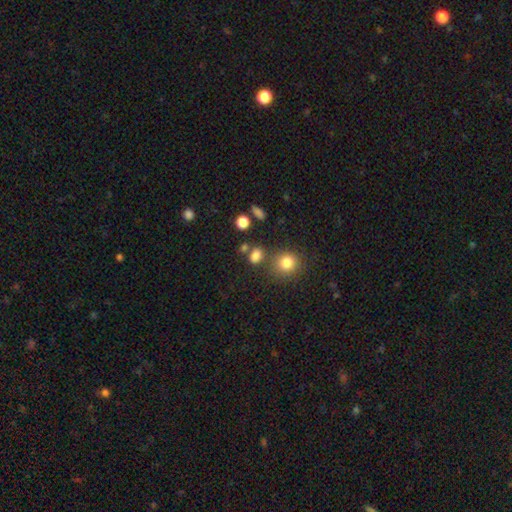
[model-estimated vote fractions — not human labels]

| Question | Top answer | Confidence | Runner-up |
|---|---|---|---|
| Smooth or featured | smooth | 79% | star or artifact (15%) |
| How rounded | in between | 58% | round (40%) |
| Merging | none | 66% | merger (16%) |